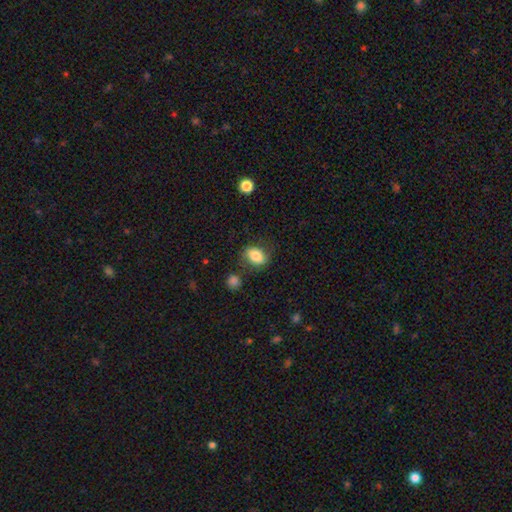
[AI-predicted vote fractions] Smooth or featured? smooth (83%)
How rounded? in between (77%)
Merging? none (73%)